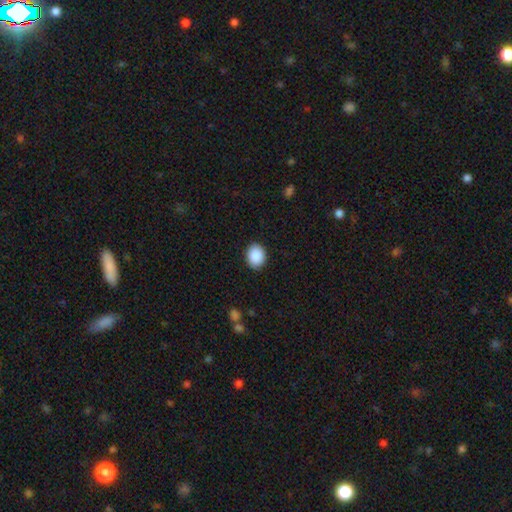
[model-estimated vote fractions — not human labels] This appears to be a smooth galaxy with no disk features (90%) that is round (54%). Merging: none (90%).